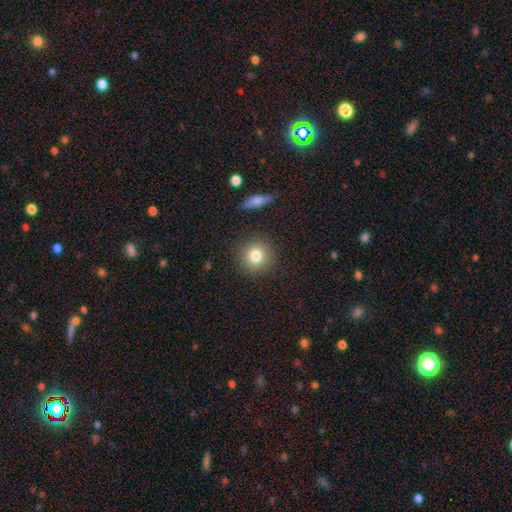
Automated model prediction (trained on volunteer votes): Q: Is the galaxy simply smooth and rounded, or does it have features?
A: smooth — 80%.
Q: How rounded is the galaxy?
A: round — 91%.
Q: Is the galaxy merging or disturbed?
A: none — 88%.